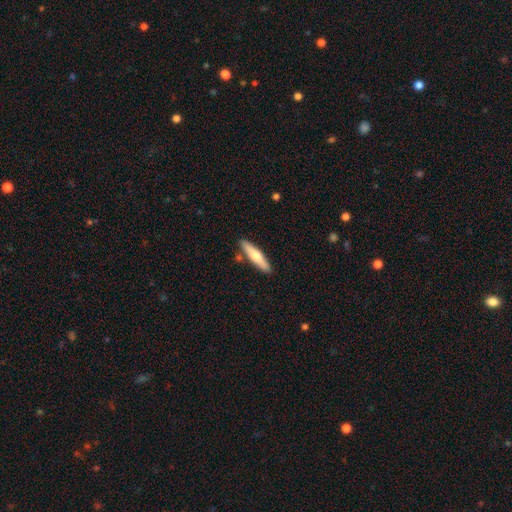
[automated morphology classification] A smooth galaxy with no disk features (63%) that is cigar-shaped (83%). Merging: none (84%).